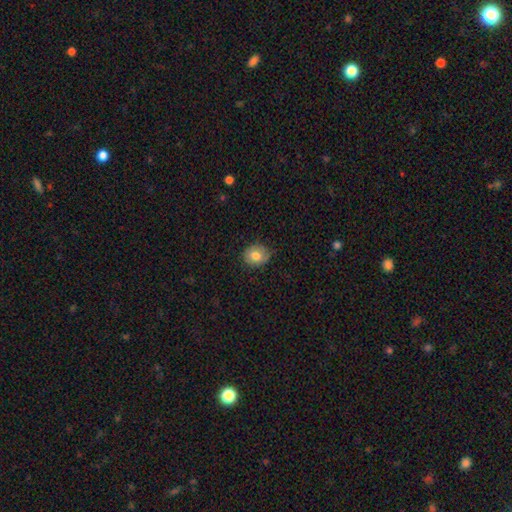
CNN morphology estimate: This appears to be a smooth galaxy with no disk features (77%) that is round (67%). Merging: none (78%).